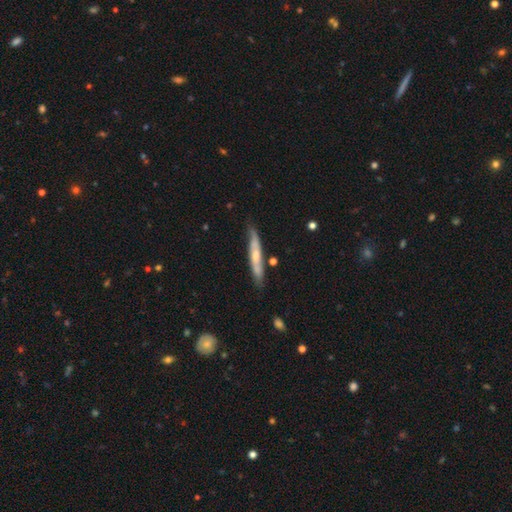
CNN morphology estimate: smooth-or-featured: featured or disk: 50% | smooth: 44% | star or artifact: 5%
  disk-edge-on: yes: 79% | no: 21%
  merging: none: 75% | minor disturbance: 18% | merger: 3% | major disturbance: 3%